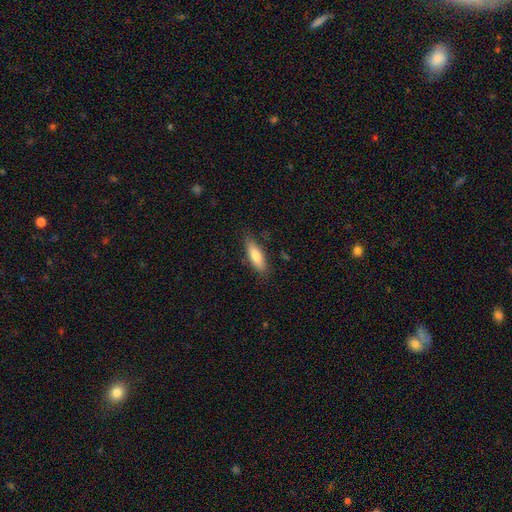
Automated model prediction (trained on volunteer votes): Smooth or featured? Predicted: smooth (p=0.75). How rounded? Predicted: in between (p=0.50). Merging? Predicted: none (p=0.83).